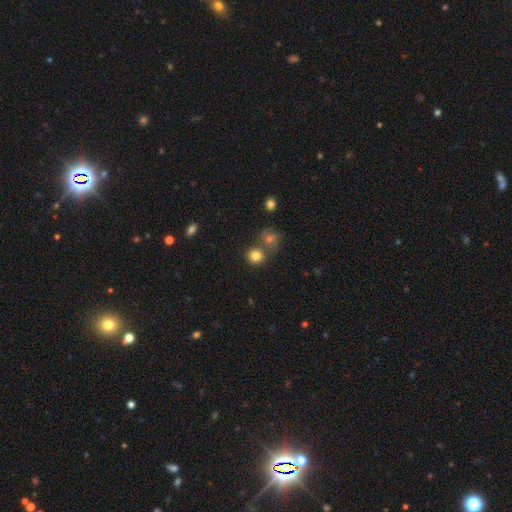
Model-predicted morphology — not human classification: Overall: smooth (82%). How rounded: round (86%). Merging: none (66%).